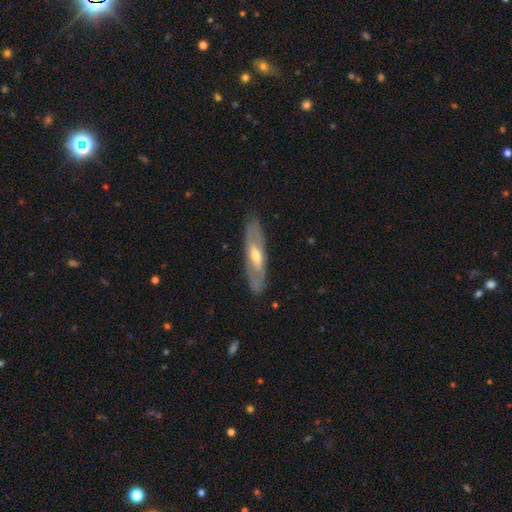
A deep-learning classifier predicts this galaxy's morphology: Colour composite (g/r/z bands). It shows a featured or disk galaxy (68%). Merging: none (84%).